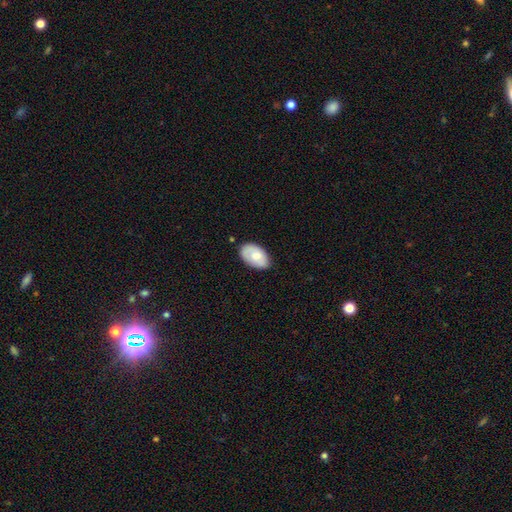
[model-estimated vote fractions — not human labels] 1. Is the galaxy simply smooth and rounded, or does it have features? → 70% smooth, 24% featured or disk, 6% star or artifact.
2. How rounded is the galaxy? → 93% in between, 6% round, 1% cigar-shaped.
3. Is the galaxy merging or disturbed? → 75% none, 20% minor disturbance, 4% major disturbance, 2% merger.